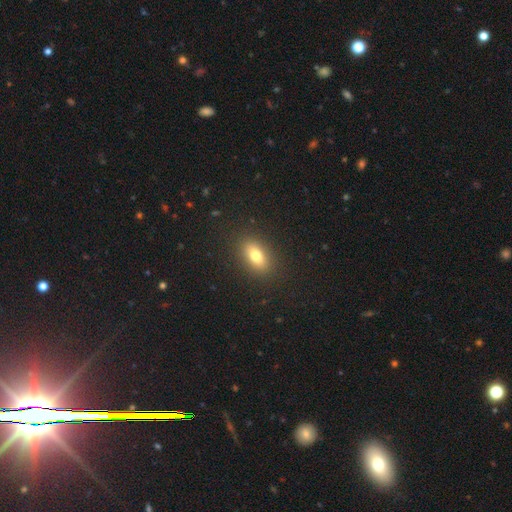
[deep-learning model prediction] smooth_or_featured: smooth (p=0.74) [alt: featured or disk p=0.15]
how_rounded: in between (p=0.82) [alt: round p=0.11]
merging: none (p=0.88) [alt: minor disturbance p=0.08]